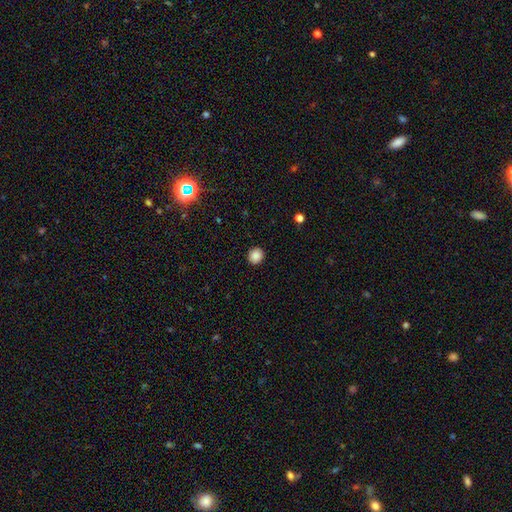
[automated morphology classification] smooth 88%, star or artifact 9%, featured or disk 3%. Down the decision tree: how rounded — round (83%); merging — none (92%).